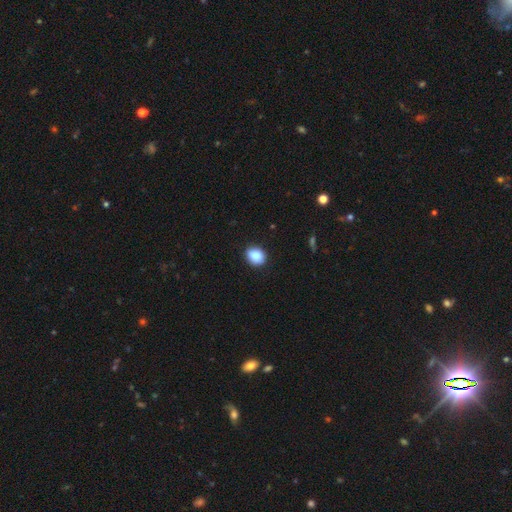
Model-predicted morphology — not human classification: This is clearly a smooth galaxy (88%). How rounded: possibly round (51%). Merging: clearly none (87%).